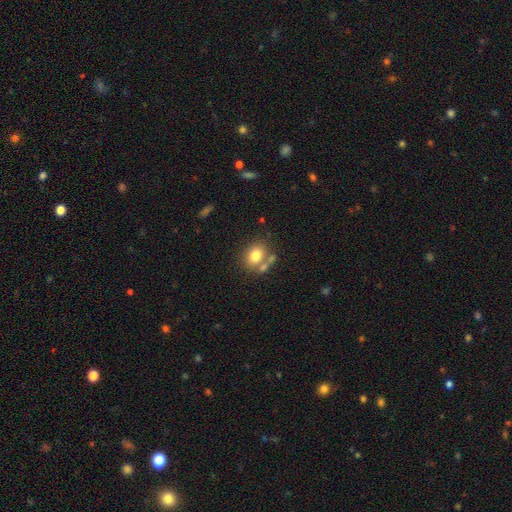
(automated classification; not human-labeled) Overall: smooth (77%). How rounded: in between (62%; round 37%). Merging: none (55%; merger 25%).